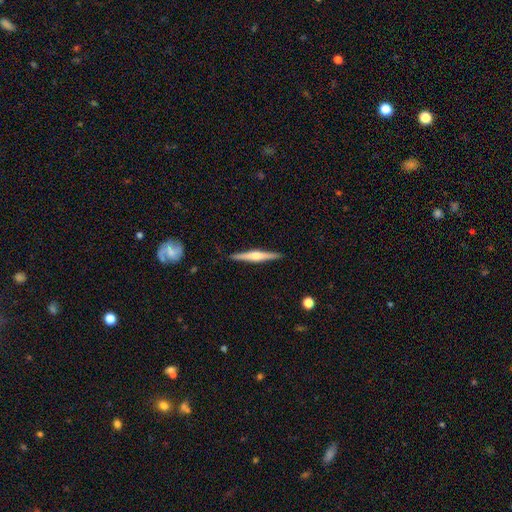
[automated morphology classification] A featured or disk galaxy (67%) viewed edge-on (98%) with a rounded central bulge (77%).

Vote fractions:
- Smooth or featured? featured or disk: 67% / smooth: 28% / star or artifact: 5%
- Edge-on disk? yes: 98% / no: 2%
- Edge-on bulge? rounded: 77% / boxy: 13% / none: 9%
- Merging? none: 91% / minor disturbance: 7% / major disturbance: 1% / merger: 1%